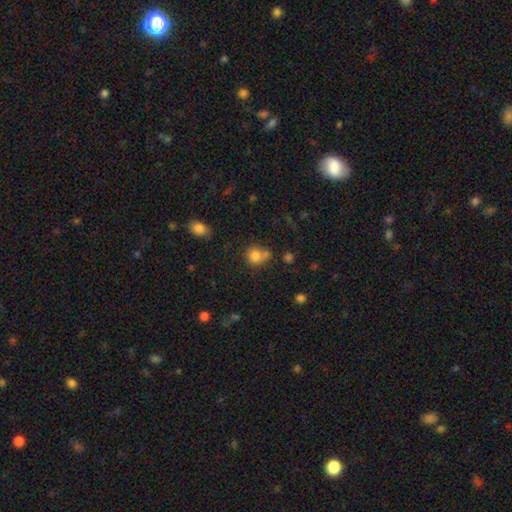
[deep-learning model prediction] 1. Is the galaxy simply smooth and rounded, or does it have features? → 80% smooth, 12% star or artifact, 8% featured or disk.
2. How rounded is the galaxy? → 74% round, 25% in between, 1% cigar-shaped.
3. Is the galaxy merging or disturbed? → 48% none, 26% merger, 18% minor disturbance, 8% major disturbance.